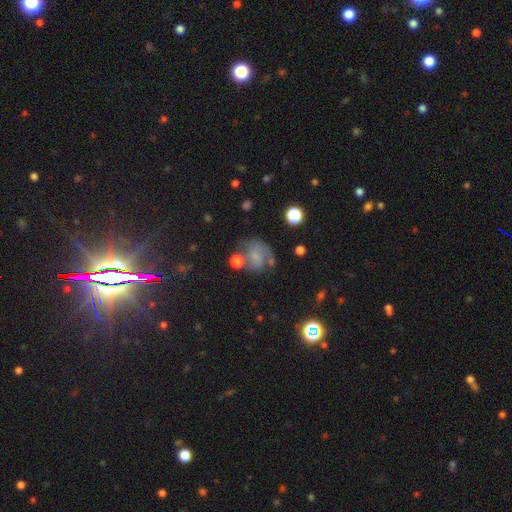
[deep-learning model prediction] Morphology: type=smooth (50%); merging=none (44%).